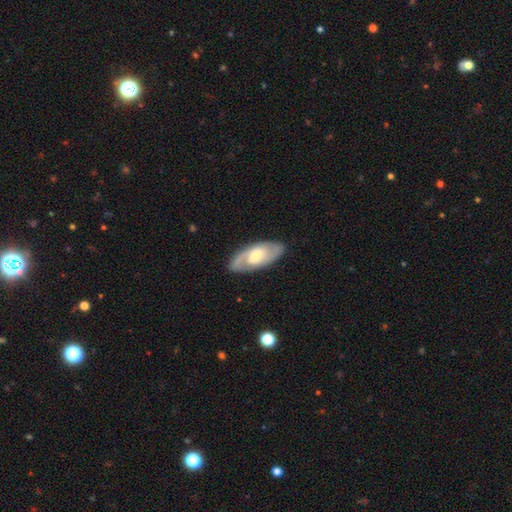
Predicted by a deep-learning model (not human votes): Smooth or featured? Predicted: featured or disk (p=0.70). Edge-on disk? Predicted: no (p=0.90). Bar? Predicted: weak (p=0.45). Spiral arms? Predicted: yes (p=0.84). Spiral winding? Predicted: medium (p=0.46). Spiral arm count? Predicted: 2 (p=0.75). Bulge size? Predicted: moderate (p=0.60). Merging? Predicted: none (p=0.83).